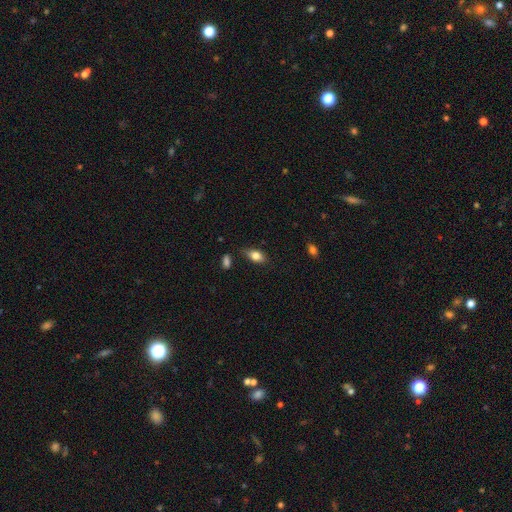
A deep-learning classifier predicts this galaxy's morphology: Q: Smooth or featured?
A: smooth (80%); runner-up: featured or disk (13%)
Q: How rounded?
A: in between (87%); runner-up: round (7%)
Q: Merging?
A: none (71%); runner-up: minor disturbance (21%)